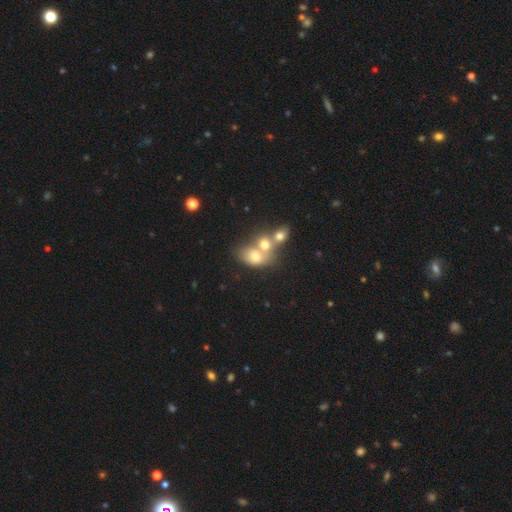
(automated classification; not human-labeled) Smooth or featured? smooth (63%)
How rounded? in between (65%)
Merging? merger (69%)